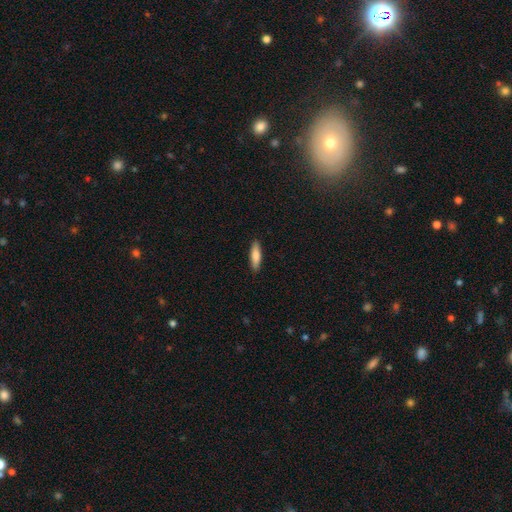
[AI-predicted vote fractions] Overall: smooth (80%). How rounded: cigar-shaped (65%; in between 33%). Merging: none (89%).